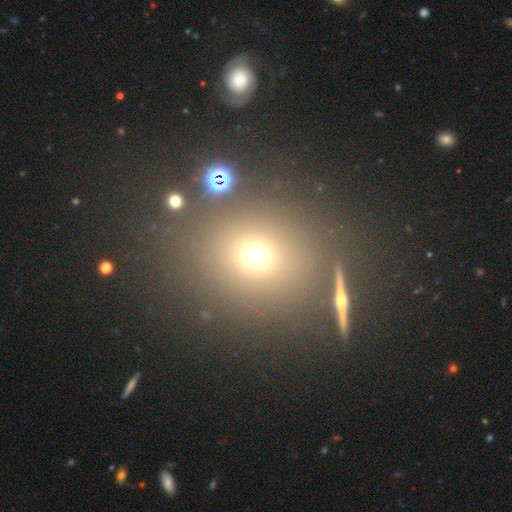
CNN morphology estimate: The model was most divided on "smooth or featured": smooth: 61%, star or artifact: 28%, featured or disk: 11%. More confident: merging — none (81%); how rounded — round (75%).